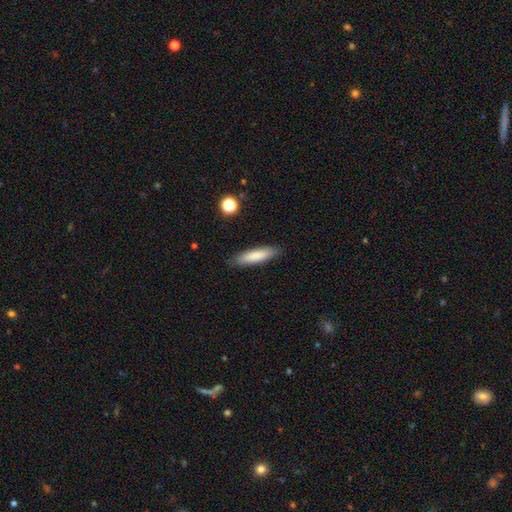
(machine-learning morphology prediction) type=smooth (83%); roundness=cigar-shaped (72%); merging=none (88%).